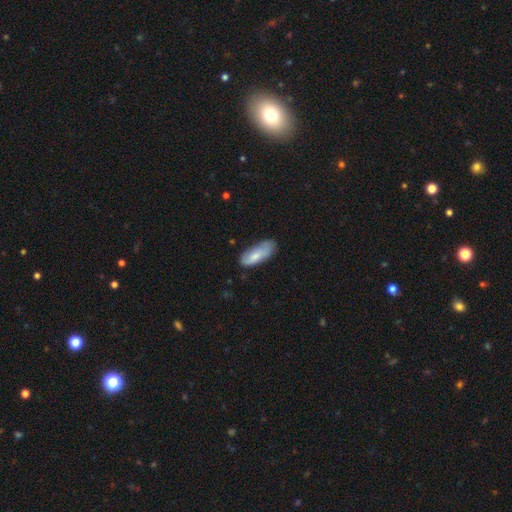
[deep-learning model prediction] A smooth galaxy with no disk features (73%) that is in between round and cigar-shaped (77%).

Vote fractions:
- Smooth or featured? smooth: 73% / featured or disk: 21% / star or artifact: 6%
- How rounded? in between: 77% / cigar-shaped: 21% / round: 2%
- Merging? none: 63% / minor disturbance: 28% / major disturbance: 7% / merger: 2%